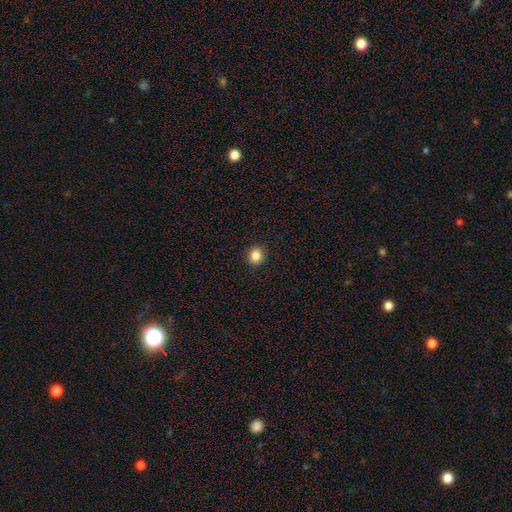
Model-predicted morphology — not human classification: type=smooth (86%); roundness=round (87%); merging=none (93%).